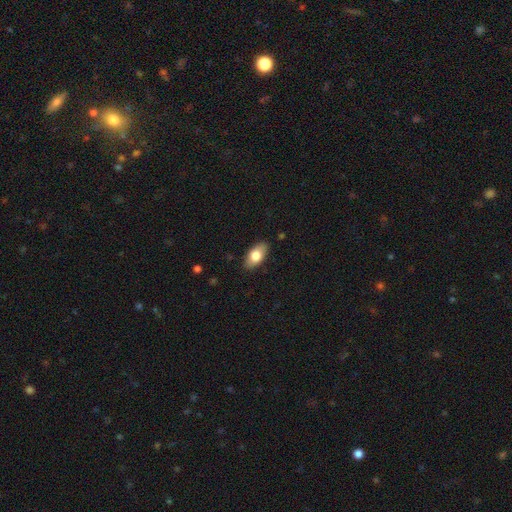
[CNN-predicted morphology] Smooth or featured? smooth (77%)
How rounded? in between (91%)
Merging? none (86%)